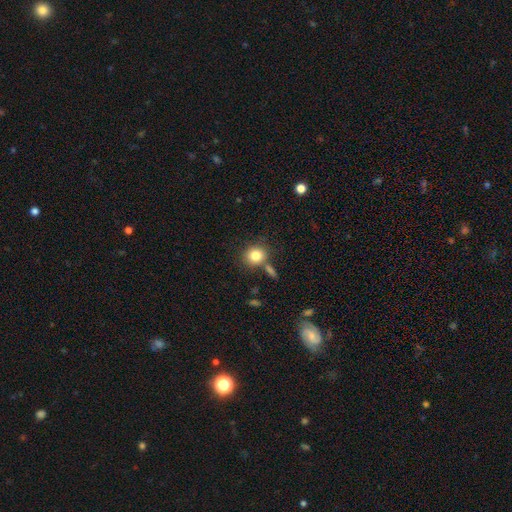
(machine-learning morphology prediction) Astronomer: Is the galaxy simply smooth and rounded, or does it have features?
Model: smooth — 82%.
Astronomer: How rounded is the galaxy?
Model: round — 82%.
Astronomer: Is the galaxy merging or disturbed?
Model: none — 70%.